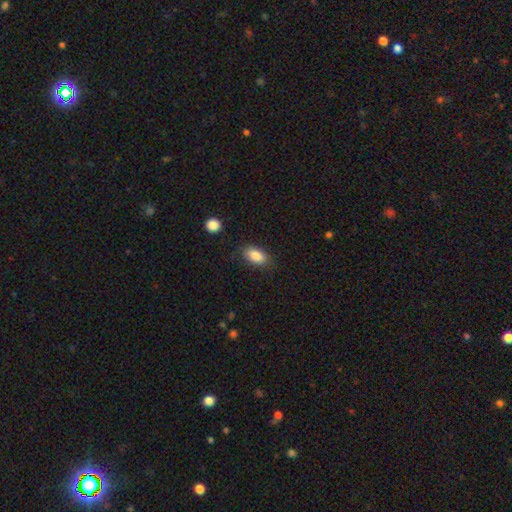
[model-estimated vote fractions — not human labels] This appears to be a smooth galaxy with no disk features (87%) that is in between round and cigar-shaped (89%). Merging: none (82%).